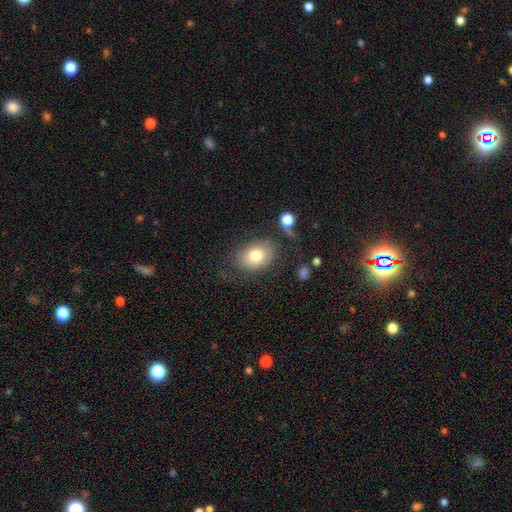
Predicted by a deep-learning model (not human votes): smooth_or_featured: smooth (p=0.77) [alt: featured or disk p=0.14]
how_rounded: in between (p=0.67) [alt: round p=0.32]
merging: none (p=0.73) [alt: minor disturbance p=0.15]